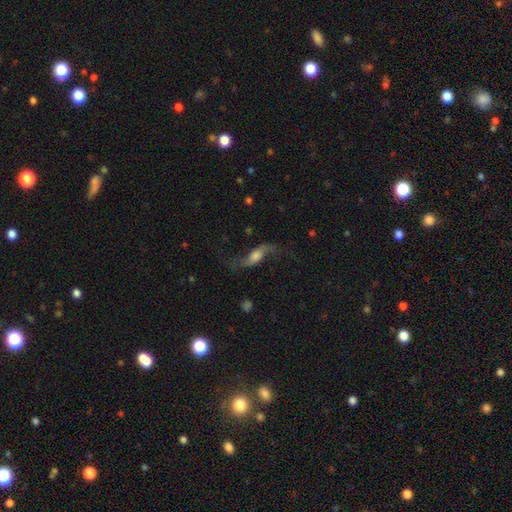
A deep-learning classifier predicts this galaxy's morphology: Smooth or featured? Predicted: featured or disk (p=0.74). Edge-on disk? Predicted: no (p=0.84). Bar? Predicted: no (p=0.49). Spiral arms? Predicted: yes (p=0.93). Spiral winding? Predicted: loose (p=0.90). Spiral arm count? Predicted: 2 (p=0.92). Bulge size? Predicted: moderate (p=0.33). Merging? Predicted: none (p=0.66).